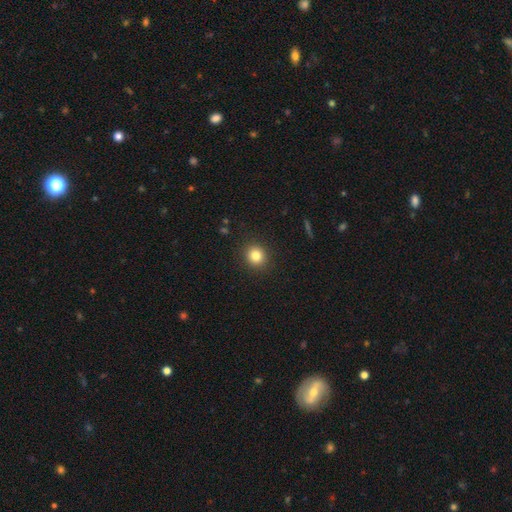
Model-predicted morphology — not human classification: Smooth or featured: smooth — 82% (star or artifact — 12%)
How rounded: round — 86% (in between — 13%)
Merging: none — 91% (minor disturbance — 6%)